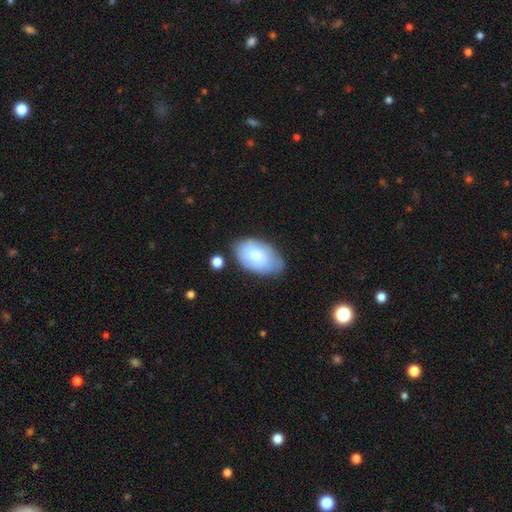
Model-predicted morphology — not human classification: smooth 74%, featured or disk 19%, star or artifact 6%. Down the decision tree: how rounded — in between (93%); merging — none (62%).